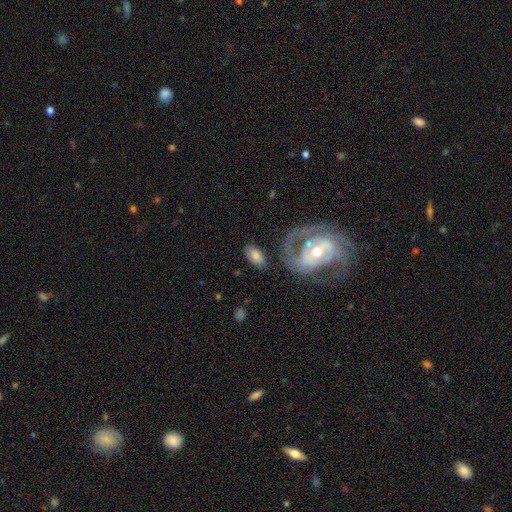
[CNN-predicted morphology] smooth 69%, featured or disk 25%, star or artifact 6%. Down the decision tree: how rounded — in between (93%); merging — none (70%).